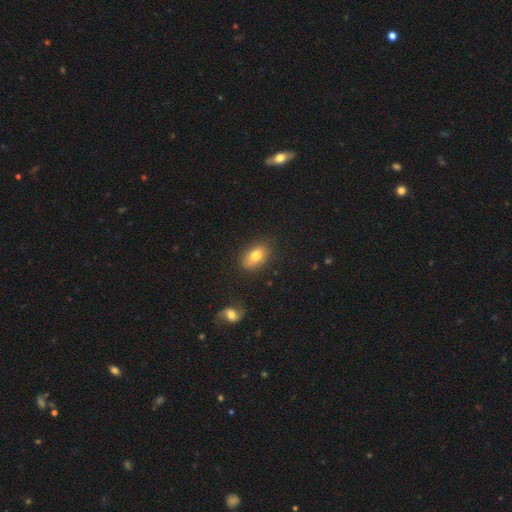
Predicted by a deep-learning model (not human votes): This is likely a smooth galaxy (77%). How rounded: clearly in between (85%). Merging: clearly none (82%).